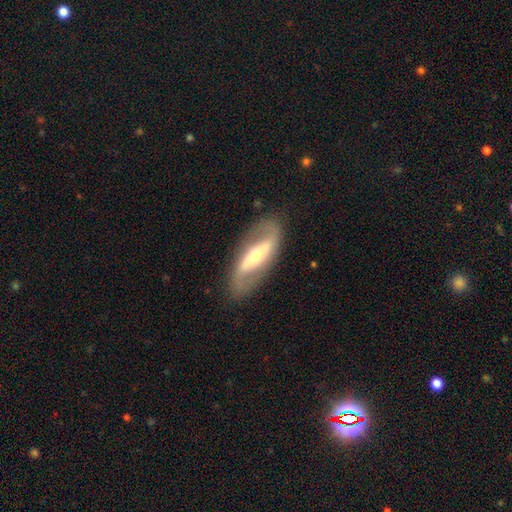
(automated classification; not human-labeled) This is clearly a featured or disk galaxy (81%). It is clearly not viewed edge-on (88%). Bar: possibly strong (52%). Spiral arm pattern: clearly yes (84%). Spiral arm count: clearly 2 (90%). Spiral winding: possibly loose (54%). Central bulge: possibly moderate (48%). Merging: clearly none (82%).